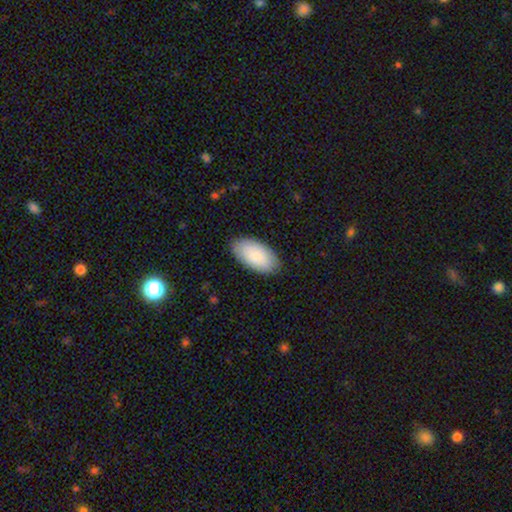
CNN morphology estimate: Smooth or featured: smooth — 87% (featured or disk — 7%)
How rounded: in between — 96% (cigar-shaped — 2%)
Merging: none — 86% (minor disturbance — 11%)